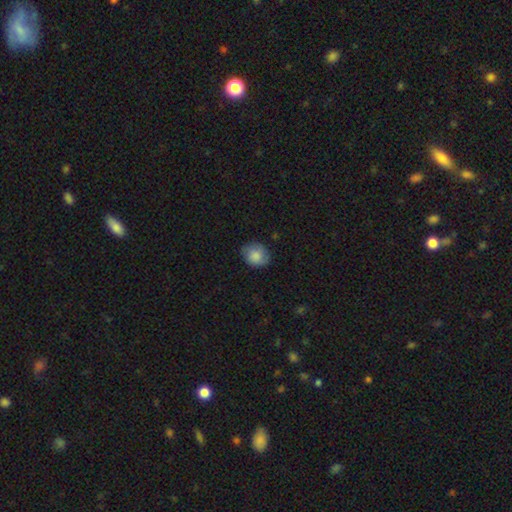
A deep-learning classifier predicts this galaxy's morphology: type=smooth (84%); roundness=round (64%); merging=none (76%).